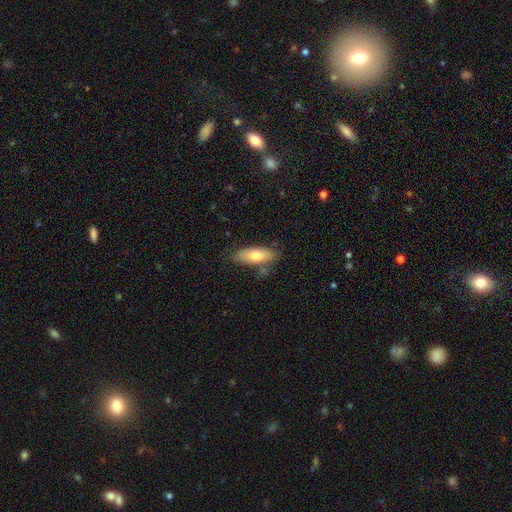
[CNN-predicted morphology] This appears to be a smooth galaxy with no disk features (68%) that is in between round and cigar-shaped (67%). Merging: none (74%).